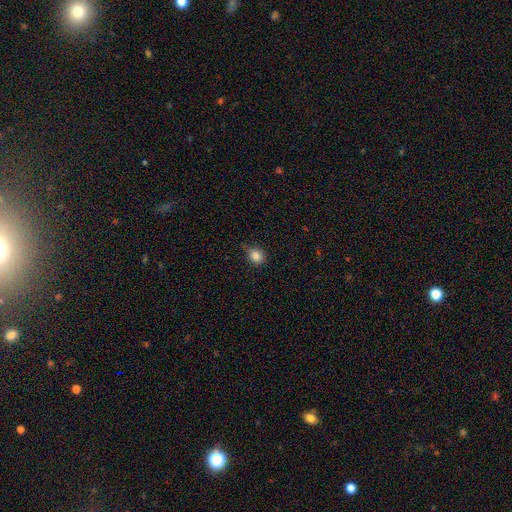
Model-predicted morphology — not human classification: The model was most divided on "how rounded": round: 63%, in between: 36%, cigar-shaped: 1%. More confident: smooth or featured — smooth (85%); merging — none (68%).